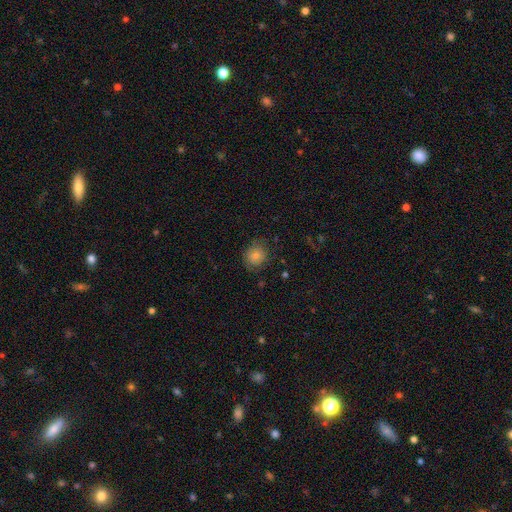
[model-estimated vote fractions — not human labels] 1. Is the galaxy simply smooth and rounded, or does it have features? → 80% smooth, 10% featured or disk, 9% star or artifact.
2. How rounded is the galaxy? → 75% round, 24% in between, 1% cigar-shaped.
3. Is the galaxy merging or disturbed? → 72% none, 20% minor disturbance, 7% major disturbance, 1% merger.